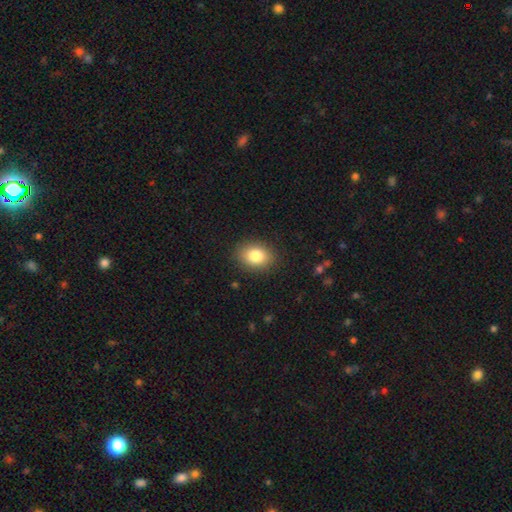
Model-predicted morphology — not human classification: smooth 84%, star or artifact 9%, featured or disk 8%. Down the decision tree: how rounded — in between (64%); merging — none (87%).